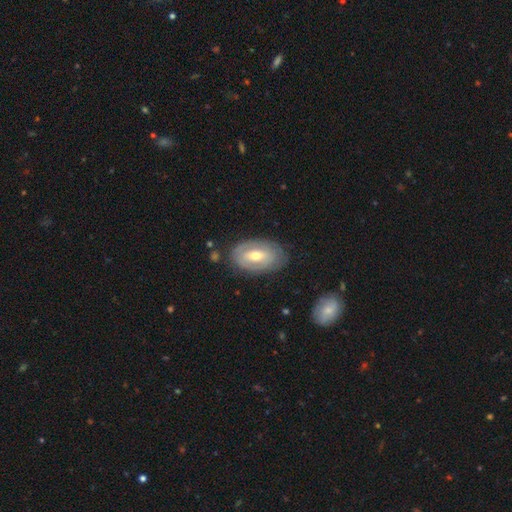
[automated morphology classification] Overall: featured or disk (59%; smooth 35%). Edge-on disk: no (90%). Bar: weak (40%; no 37%). Spiral arms: no (54%; yes 46%). Bulge size: moderate (67%; small 28%). Merging: none (78%).